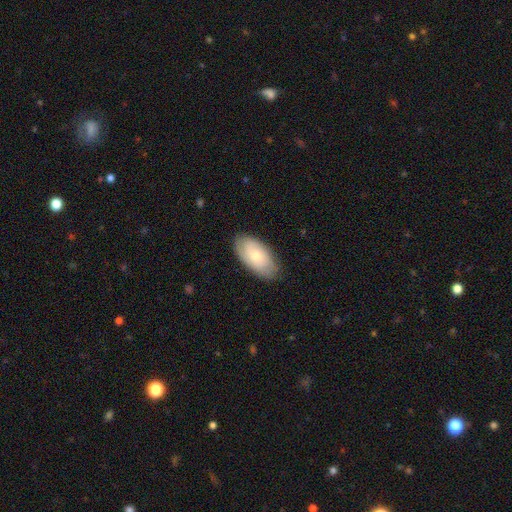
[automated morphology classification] smooth-or-featured: smooth: 66% | featured or disk: 29% | star or artifact: 6%
  how-rounded: in between: 94% | round: 3% | cigar-shaped: 3%
  merging: none: 82% | minor disturbance: 14% | major disturbance: 3% | merger: 1%